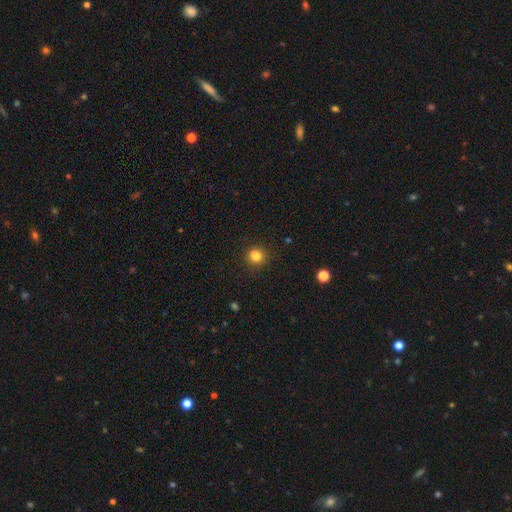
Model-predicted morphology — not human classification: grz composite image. It shows a smooth galaxy with no disk features (80%) that is round (75%). Merging: none (72%).